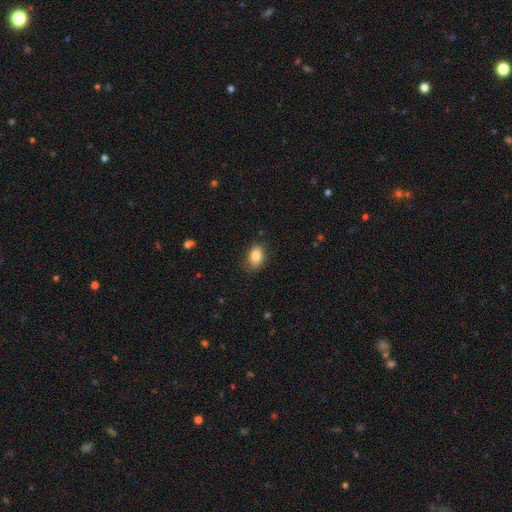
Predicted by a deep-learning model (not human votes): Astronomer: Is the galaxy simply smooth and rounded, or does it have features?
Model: smooth — 85%.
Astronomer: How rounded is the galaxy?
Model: in between — 81%.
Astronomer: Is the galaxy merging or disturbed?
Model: none — 81%.